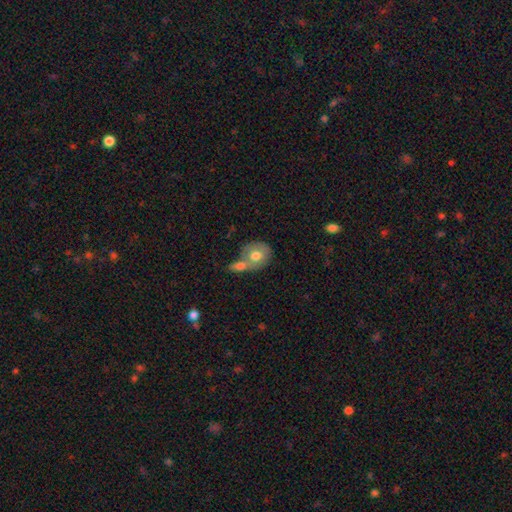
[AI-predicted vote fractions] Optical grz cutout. It shows a smooth galaxy with no disk features (68%) that is round (65%). Merging: merger (55%).